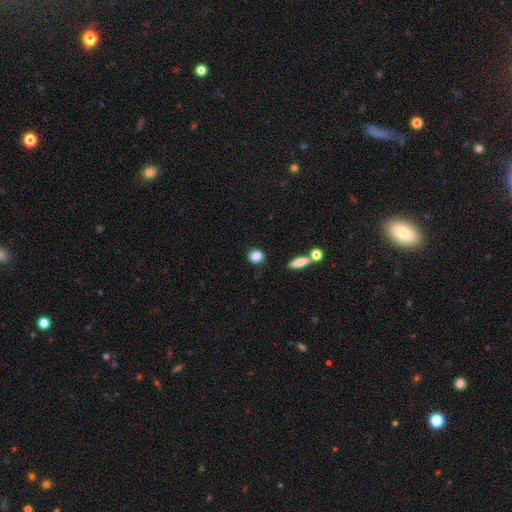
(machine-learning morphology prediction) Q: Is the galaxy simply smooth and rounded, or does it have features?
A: smooth — 85%.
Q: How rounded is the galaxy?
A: round — 78%.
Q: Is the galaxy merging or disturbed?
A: none — 84%.